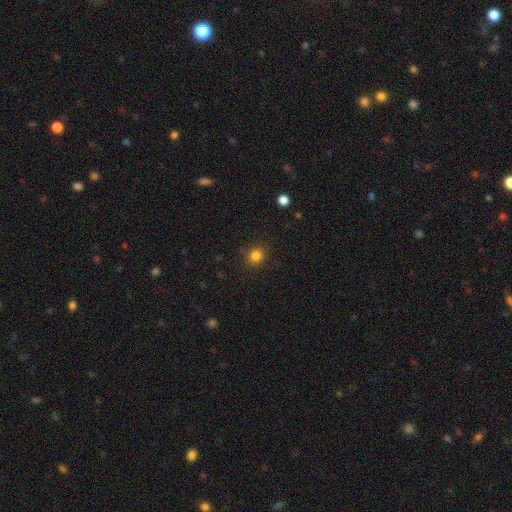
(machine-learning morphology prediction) The model was most divided on "smooth or featured": smooth: 83%, star or artifact: 13%, featured or disk: 4%. More confident: merging — none (87%); how rounded — round (85%).